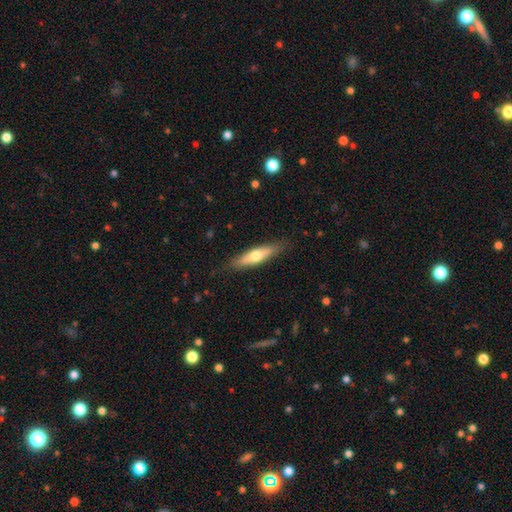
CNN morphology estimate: smooth_or_featured: smooth (p=0.55) [alt: featured or disk p=0.40]
how_rounded: cigar-shaped (p=0.69) [alt: in between p=0.29]
merging: none (p=0.84) [alt: minor disturbance p=0.12]